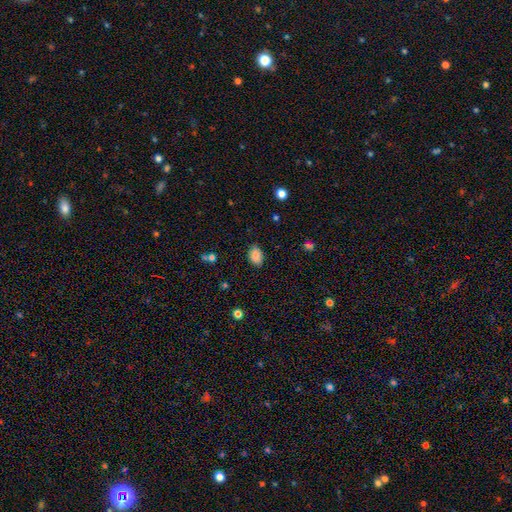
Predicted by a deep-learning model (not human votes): Smooth or featured: smooth — 86% (star or artifact — 9%)
How rounded: in between — 83% (round — 15%)
Merging: none — 82% (minor disturbance — 14%)